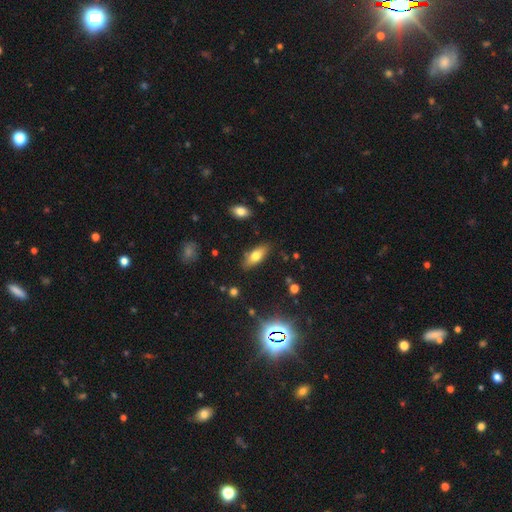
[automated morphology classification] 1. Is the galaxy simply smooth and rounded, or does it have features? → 70% smooth, 21% featured or disk, 9% star or artifact.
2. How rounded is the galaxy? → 78% in between, 19% cigar-shaped, 3% round.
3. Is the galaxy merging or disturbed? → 82% none, 13% minor disturbance, 3% major disturbance, 2% merger.